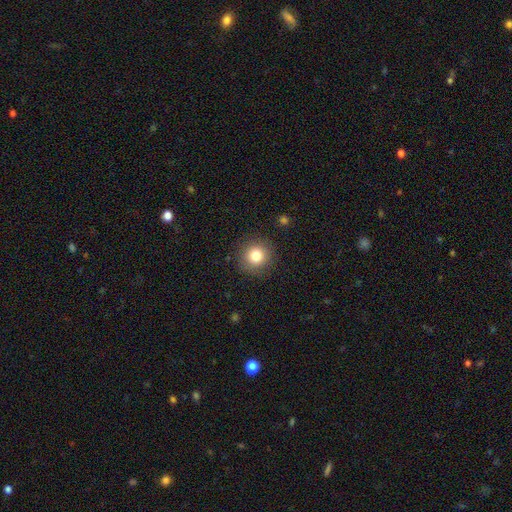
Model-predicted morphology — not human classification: smooth 81%, star or artifact 11%, featured or disk 8%. Down the decision tree: how rounded — round (93%); merging — none (89%).